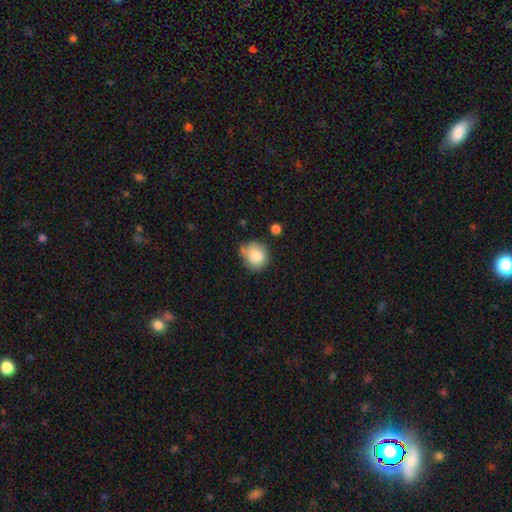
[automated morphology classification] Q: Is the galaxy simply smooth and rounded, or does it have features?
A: smooth — 84%.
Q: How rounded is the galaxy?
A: round — 83%.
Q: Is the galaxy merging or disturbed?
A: none — 60%.